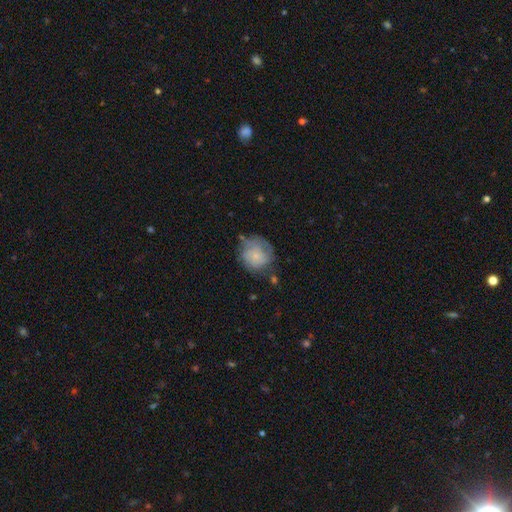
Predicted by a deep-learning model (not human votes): This appears to be a smooth galaxy with no disk features (58%) that is round (84%). Merging: none (58%).